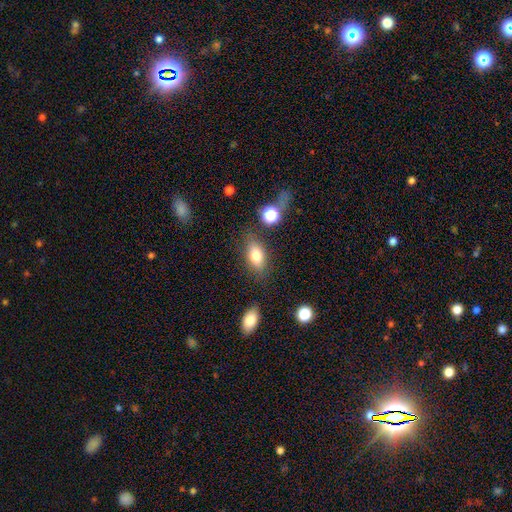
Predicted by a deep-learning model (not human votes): Smooth or featured: smooth — 76% (featured or disk — 15%)
How rounded: in between — 83% (round — 10%)
Merging: none — 76% (minor disturbance — 15%)